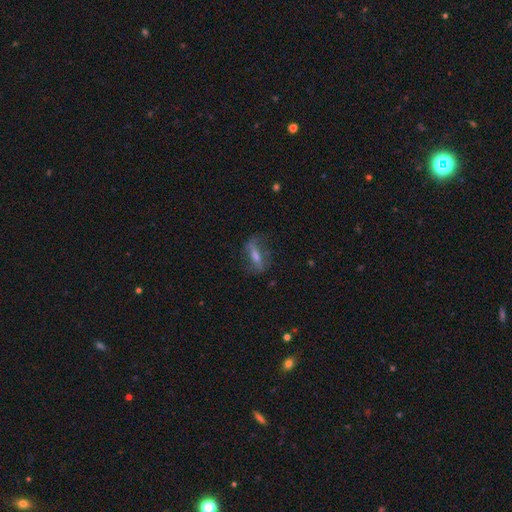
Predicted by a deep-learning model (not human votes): This appears to be a featured or disk galaxy (57%). Merging: none (64%).